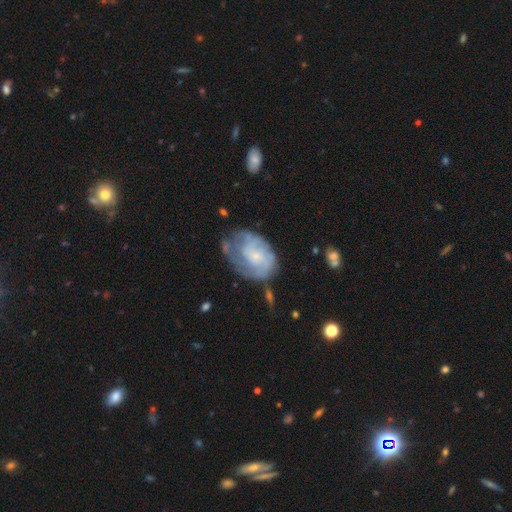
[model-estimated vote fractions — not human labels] featured or disk 70%, smooth 23%, star or artifact 7%. Down the decision tree: edge-on disk — no (97%); bar — no (72%); spiral arms — yes (82%); spiral arm count — can't tell (45%); spiral winding — tight (50%); bulge size — small (71%); merging — none (44%).